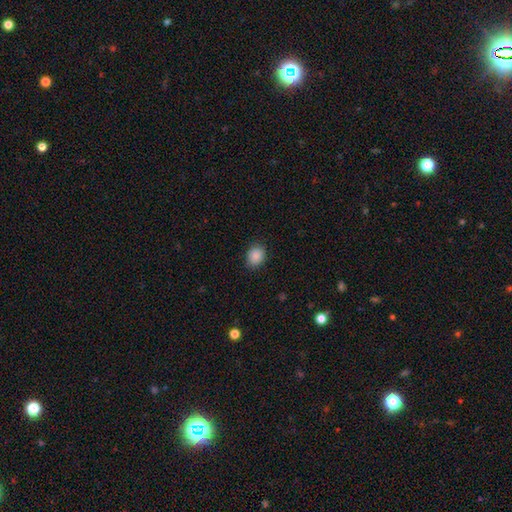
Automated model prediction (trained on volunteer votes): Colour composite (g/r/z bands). It shows a smooth galaxy with no disk features (88%) that is in between round and cigar-shaped (54%). Merging: none (86%).